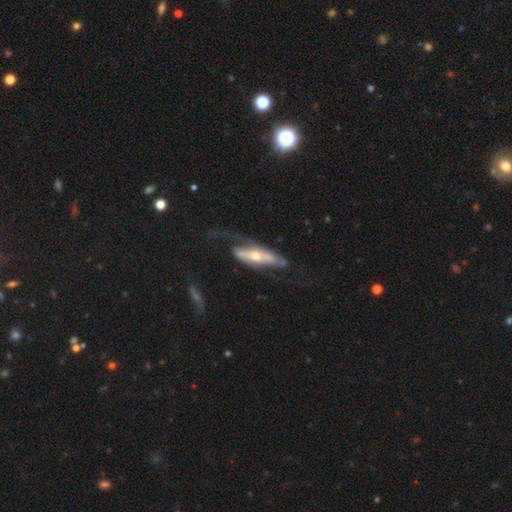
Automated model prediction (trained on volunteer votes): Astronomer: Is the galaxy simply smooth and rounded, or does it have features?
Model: featured or disk — 67%.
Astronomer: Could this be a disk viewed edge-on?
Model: no — 63%.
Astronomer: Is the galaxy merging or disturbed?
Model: major disturbance — 42% (runner-up: none, 33%).